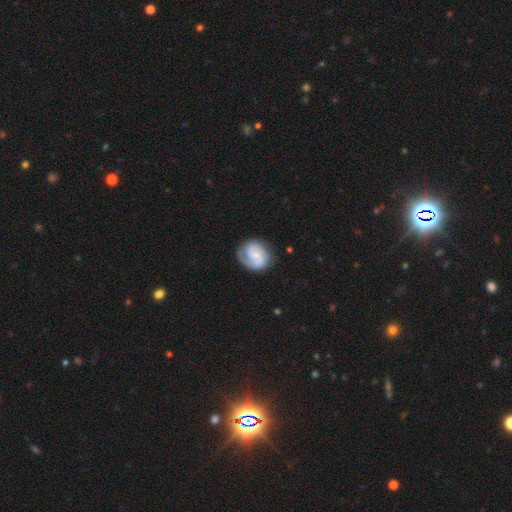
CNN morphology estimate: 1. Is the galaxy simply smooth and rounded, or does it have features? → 69% featured or disk, 25% smooth, 6% star or artifact.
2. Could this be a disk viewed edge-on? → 98% no, 2% yes.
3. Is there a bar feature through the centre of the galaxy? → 51% no, 40% weak, 9% strong.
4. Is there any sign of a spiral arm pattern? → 93% yes, 7% no.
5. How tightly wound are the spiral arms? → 43% medium, 37% tight, 20% loose.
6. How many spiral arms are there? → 70% 2, 13% 1, 10% can't tell, 4% 3, 1% 4, 1% more than 4.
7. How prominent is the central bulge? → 63% small, 22% moderate, 11% none, 2% large, 1% dominant.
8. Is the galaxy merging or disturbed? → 72% none, 19% minor disturbance, 8% major disturbance, 1% merger.